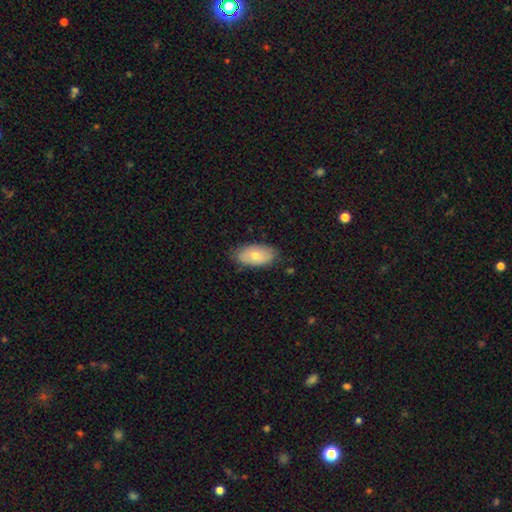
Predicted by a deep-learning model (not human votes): Smooth or featured?
  - smooth: 68% *
  - featured or disk: 26%
  - star or artifact: 6%
How rounded?
  - in between: 94% *
  - round: 4%
  - cigar-shaped: 2%
Merging?
  - none: 79% *
  - minor disturbance: 17%
  - major disturbance: 3%
  - merger: 1%